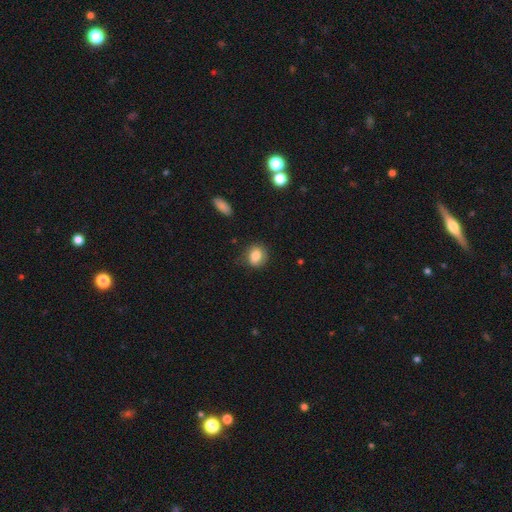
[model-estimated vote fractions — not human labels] Smooth or featured?
  - smooth: 82% *
  - featured or disk: 9%
  - star or artifact: 9%
How rounded?
  - round: 62% *
  - in between: 37%
  - cigar-shaped: 1%
Merging?
  - none: 74% *
  - minor disturbance: 20%
  - major disturbance: 5%
  - merger: 2%